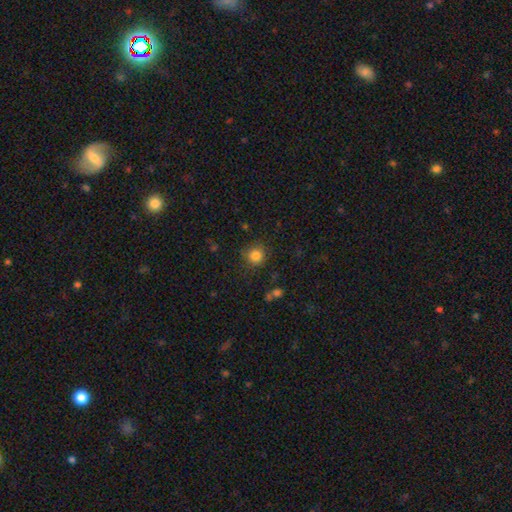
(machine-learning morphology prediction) Smooth or featured? Predicted: smooth (p=0.83). How rounded? Predicted: round (p=0.91). Merging? Predicted: none (p=0.84).